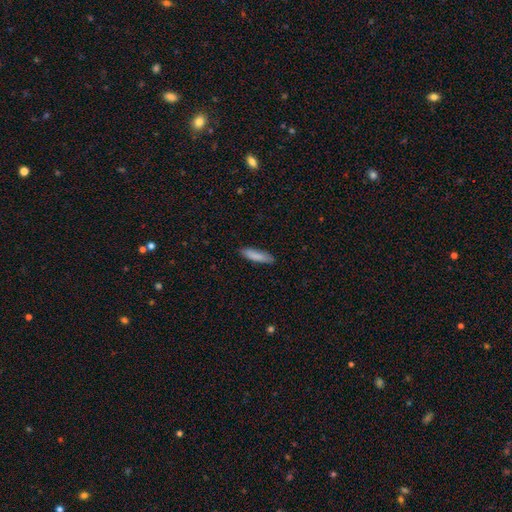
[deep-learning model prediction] Morphology: type=smooth (86%); roundness=cigar-shaped (76%); merging=none (87%).